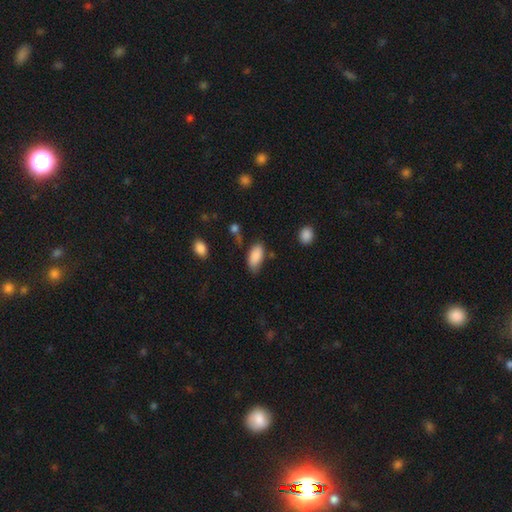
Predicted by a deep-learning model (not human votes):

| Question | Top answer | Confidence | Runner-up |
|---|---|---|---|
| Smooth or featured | smooth | 86% | featured or disk (7%) |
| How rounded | in between | 94% | cigar-shaped (4%) |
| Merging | none | 64% | minor disturbance (26%) |